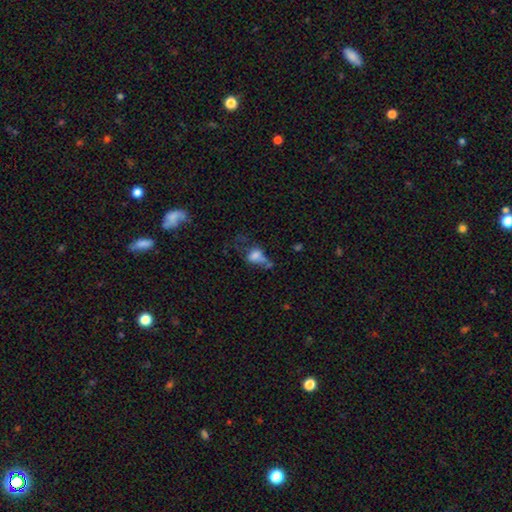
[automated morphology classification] Smooth or featured?
  - smooth: 63% *
  - featured or disk: 23%
  - star or artifact: 14%
How rounded?
  - in between: 73% *
  - round: 24%
  - cigar-shaped: 3%
Merging?
  - major disturbance: 39% *
  - merger: 25%
  - none: 19%
  - minor disturbance: 17%